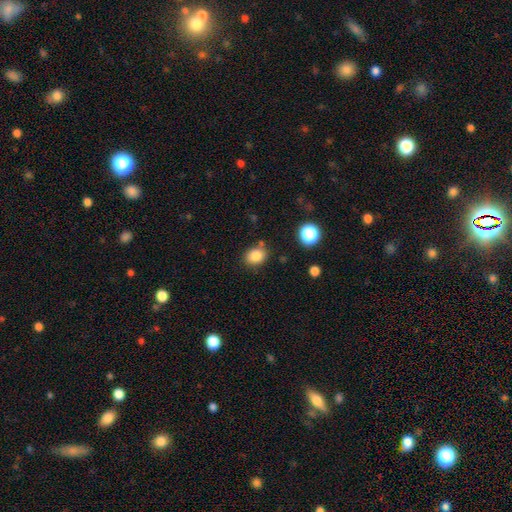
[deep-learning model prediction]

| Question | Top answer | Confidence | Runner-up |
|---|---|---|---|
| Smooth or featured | smooth | 84% | star or artifact (11%) |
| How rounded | in between | 50% | round (49%) |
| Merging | none | 77% | minor disturbance (14%) |